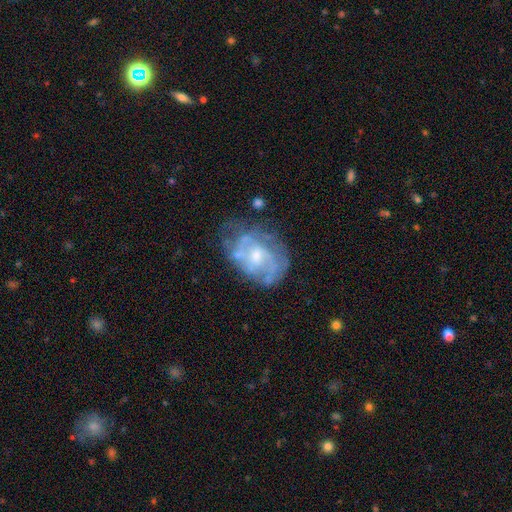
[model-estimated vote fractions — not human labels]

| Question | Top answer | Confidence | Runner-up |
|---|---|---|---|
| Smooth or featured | featured or disk | 73% | smooth (19%) |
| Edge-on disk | no | 97% | yes (3%) |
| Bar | no | 62% | weak (33%) |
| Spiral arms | yes | 63% | no (37%) |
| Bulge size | moderate | 47% | small (41%) |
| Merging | none | 54% | minor disturbance (25%) |